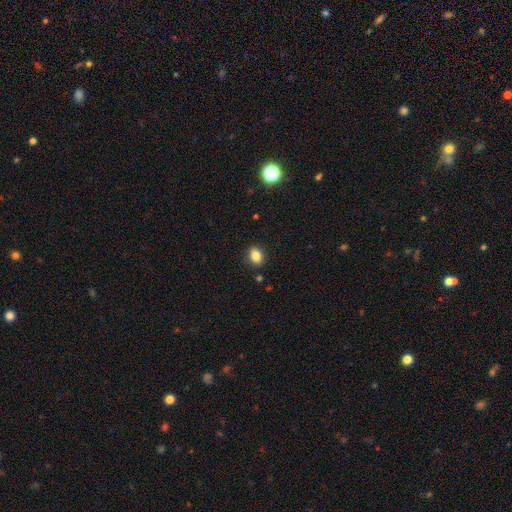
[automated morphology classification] A smooth galaxy with no disk features (84%) that is in between round and cigar-shaped (71%). Merging: none (88%).